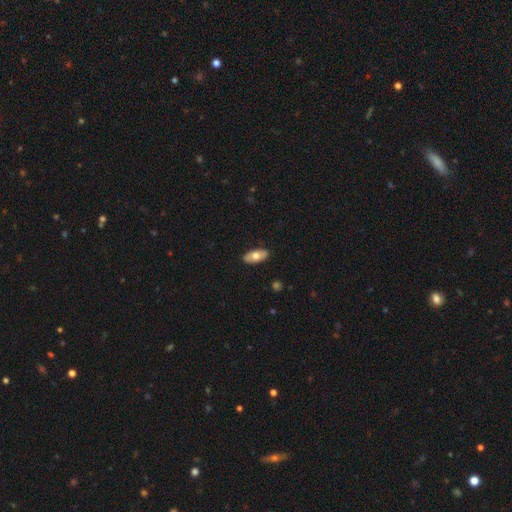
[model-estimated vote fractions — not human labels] This is likely a smooth galaxy (64%). How rounded: clearly in between (89%). Merging: clearly none (88%).